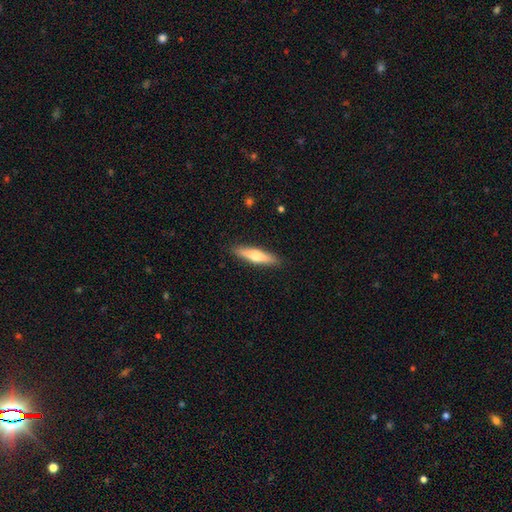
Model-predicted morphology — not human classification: This appears to be a smooth galaxy with no disk features (57%) that is cigar-shaped (80%). Merging: none (89%).